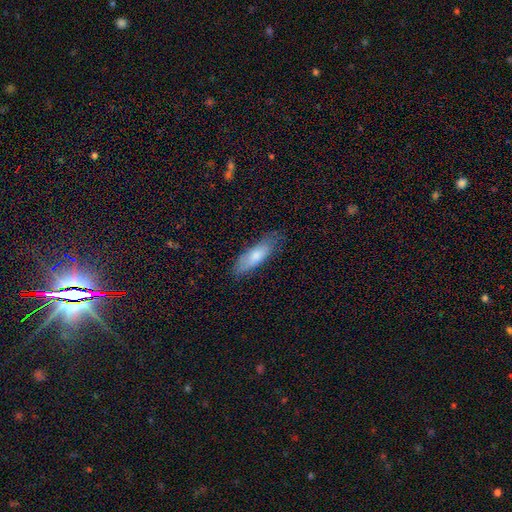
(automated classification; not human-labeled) Morphology: type=smooth (73%); roundness=in between (56%); merging=none (70%).